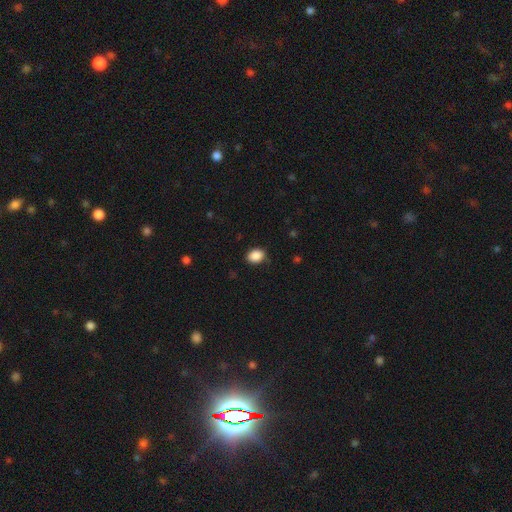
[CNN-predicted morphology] A smooth galaxy with no disk features (88%) that is in between round and cigar-shaped (67%). Merging: none (81%).